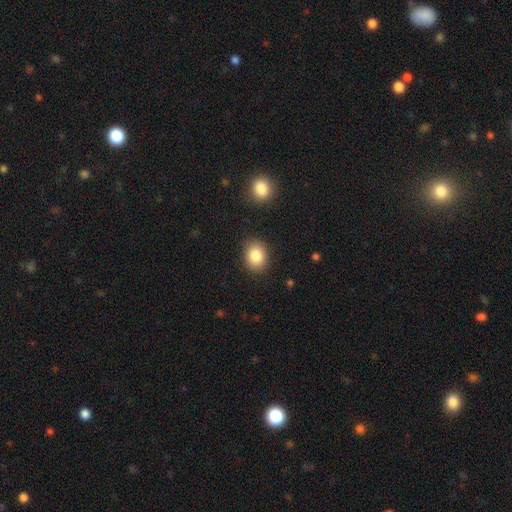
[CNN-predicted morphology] smooth_or_featured: smooth (p=0.85) [alt: star or artifact p=0.09]
how_rounded: in between (p=0.51) [alt: round p=0.48]
merging: none (p=0.87) [alt: minor disturbance p=0.08]